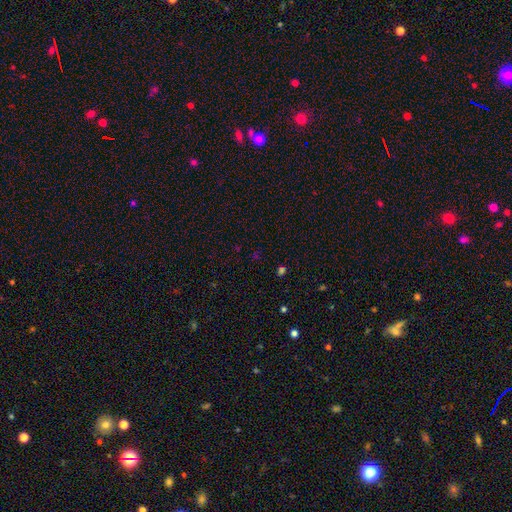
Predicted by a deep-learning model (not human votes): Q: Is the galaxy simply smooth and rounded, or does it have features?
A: star or artifact — 56%.